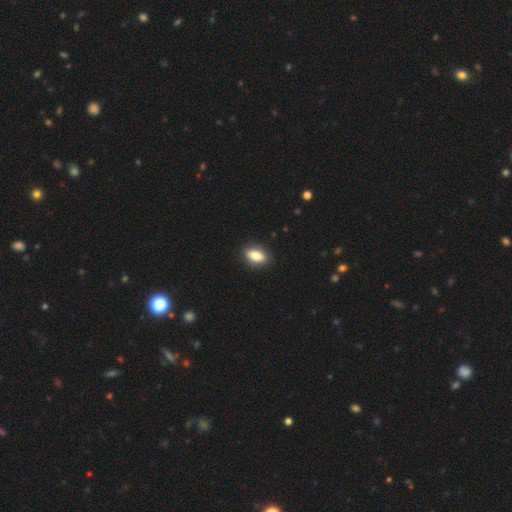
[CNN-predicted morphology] smooth-or-featured: smooth: 85% | featured or disk: 8% | star or artifact: 7%
  how-rounded: in between: 88% | round: 7% | cigar-shaped: 5%
  merging: none: 88% | minor disturbance: 9% | major disturbance: 2% | merger: 1%